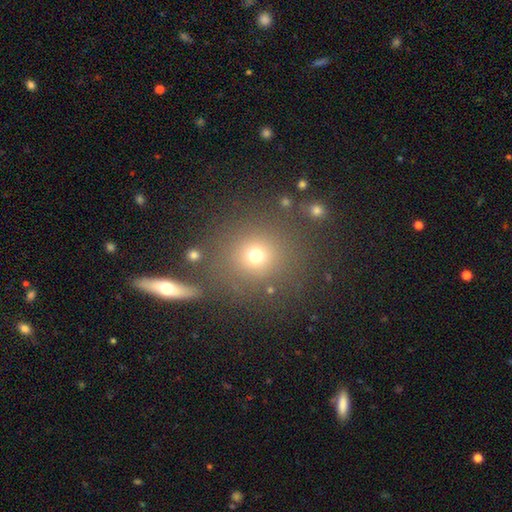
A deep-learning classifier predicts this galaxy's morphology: Smooth or featured?
  - smooth: 71% *
  - star or artifact: 19%
  - featured or disk: 10%
How rounded?
  - round: 88% *
  - in between: 11%
  - cigar-shaped: 1%
Merging?
  - none: 78% *
  - minor disturbance: 10%
  - merger: 7%
  - major disturbance: 5%